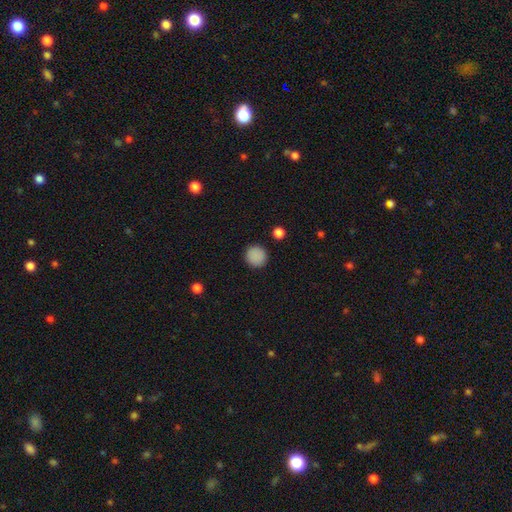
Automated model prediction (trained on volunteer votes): Smooth or featured?
  - smooth: 88% *
  - star or artifact: 9%
  - featured or disk: 3%
How rounded?
  - round: 95% *
  - in between: 4%
  - cigar-shaped: 1%
Merging?
  - none: 91% *
  - minor disturbance: 5%
  - major disturbance: 2%
  - merger: 1%